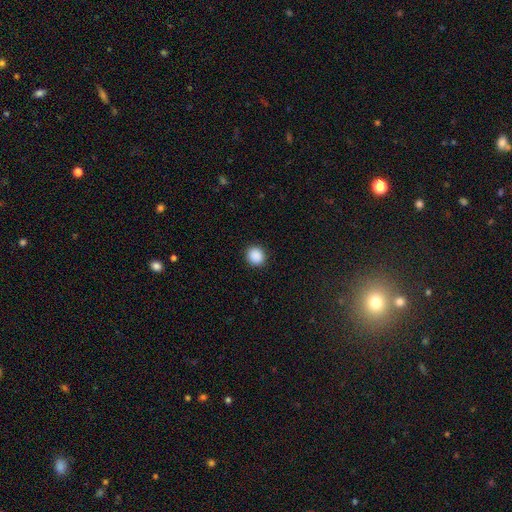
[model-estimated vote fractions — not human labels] This is clearly a smooth galaxy (89%). How rounded: clearly round (86%). Merging: clearly none (92%).